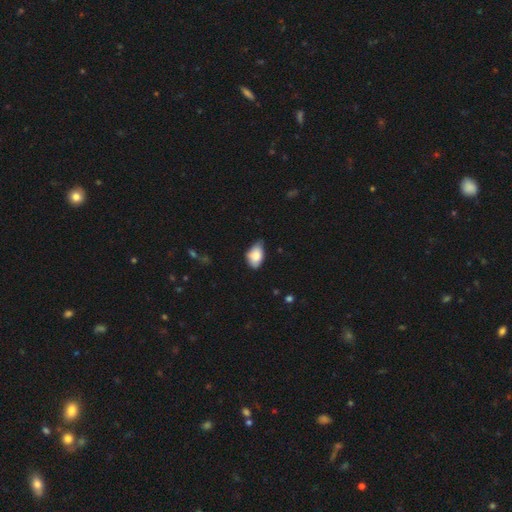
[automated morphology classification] A smooth galaxy with no disk features (83%) that is in between round and cigar-shaped (90%).

Vote fractions:
- Smooth or featured? smooth: 83% / featured or disk: 10% / star or artifact: 7%
- How rounded? in between: 90% / round: 9% / cigar-shaped: 2%
- Merging? none: 50% / minor disturbance: 42% / major disturbance: 6% / merger: 2%